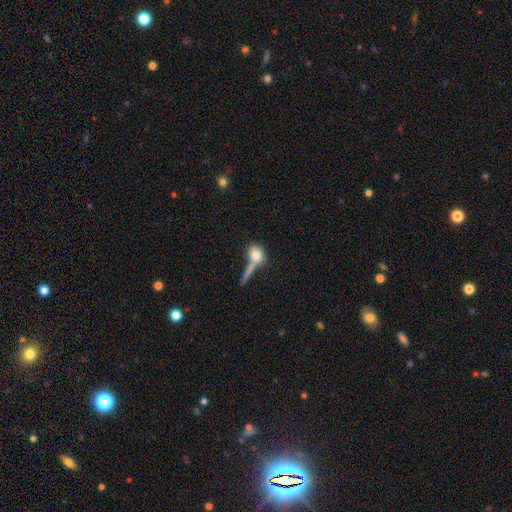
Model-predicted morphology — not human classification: Smooth or featured?
  - smooth: 72% *
  - featured or disk: 19%
  - star or artifact: 9%
How rounded?
  - round: 47% *
  - in between: 43%
  - cigar-shaped: 10%
Merging?
  - merger: 32% * (tied)
  - none: 32% * (tied)
  - major disturbance: 22%
  - minor disturbance: 14%